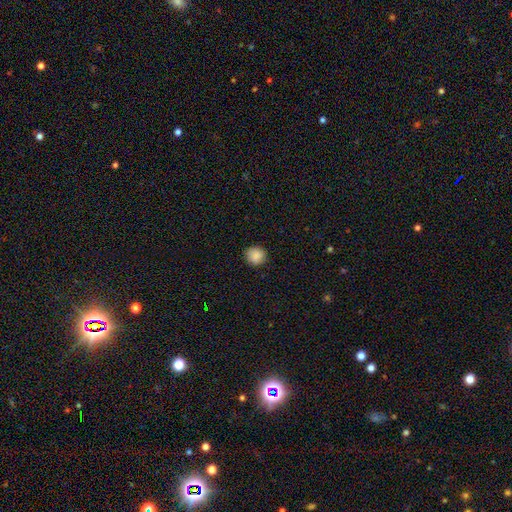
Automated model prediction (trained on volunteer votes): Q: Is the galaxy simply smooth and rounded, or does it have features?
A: smooth — 87%.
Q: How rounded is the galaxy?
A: round — 90%.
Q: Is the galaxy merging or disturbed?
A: none — 89%.